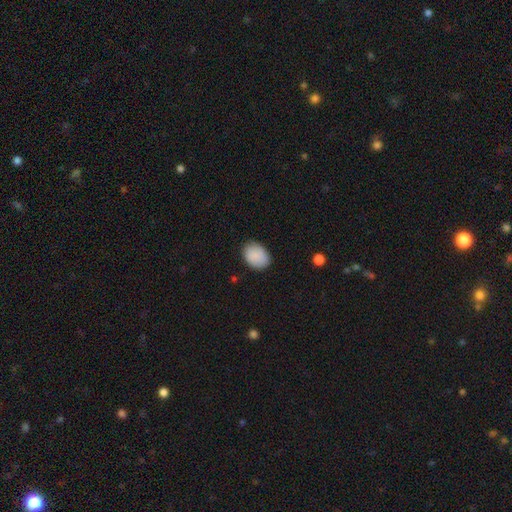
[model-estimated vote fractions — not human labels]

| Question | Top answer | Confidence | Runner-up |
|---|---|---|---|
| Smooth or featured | smooth | 89% | star or artifact (7%) |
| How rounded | in between | 74% | round (26%) |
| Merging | none | 84% | minor disturbance (13%) |